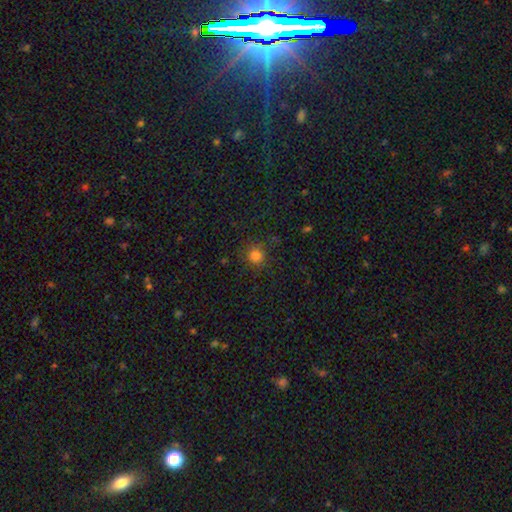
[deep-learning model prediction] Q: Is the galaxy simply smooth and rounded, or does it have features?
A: smooth — 80%.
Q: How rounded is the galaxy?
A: round — 93%.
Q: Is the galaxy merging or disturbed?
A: none — 86%.